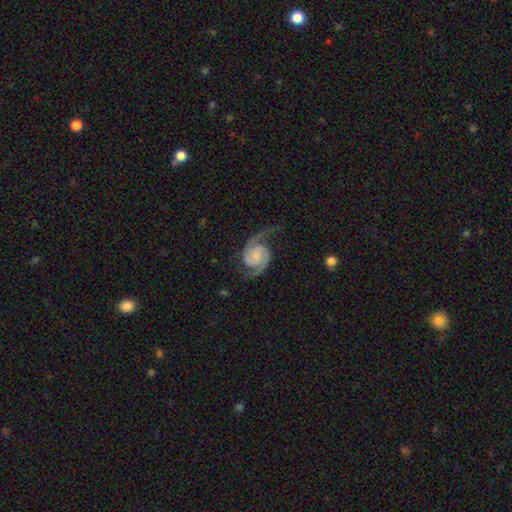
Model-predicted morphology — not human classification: featured or disk 91%, star or artifact 4%, smooth 4%. Down the decision tree: edge-on disk — no (98%); bar — no (66%); spiral arms — yes (98%); spiral arm count — 2 (94%); spiral winding — medium (51%); bulge size — none (40%); merging — none (71%).